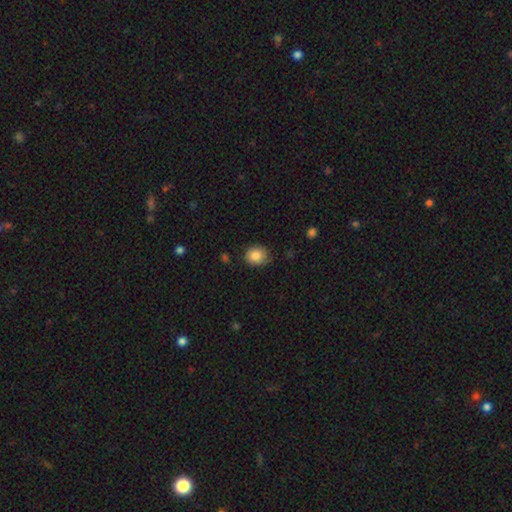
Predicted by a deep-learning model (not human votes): Overall: smooth (86%). How rounded: round (74%). Merging: none (78%).